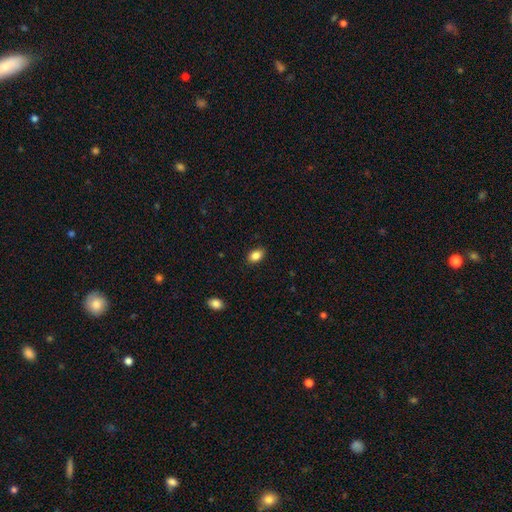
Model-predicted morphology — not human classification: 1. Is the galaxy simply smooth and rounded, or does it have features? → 86% smooth, 9% star or artifact, 5% featured or disk.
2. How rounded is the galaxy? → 84% in between, 15% round, 1% cigar-shaped.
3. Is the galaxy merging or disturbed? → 88% none, 9% minor disturbance, 2% major disturbance, 1% merger.